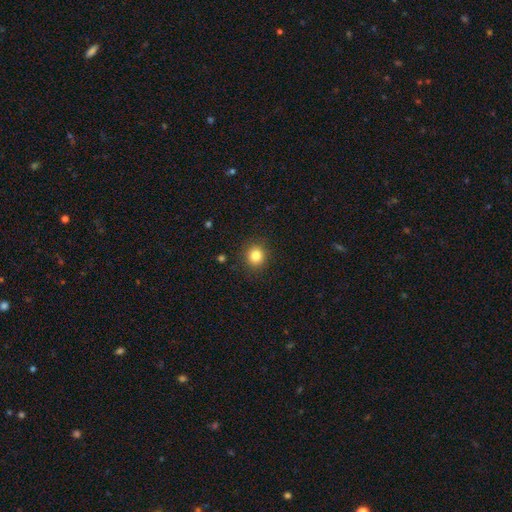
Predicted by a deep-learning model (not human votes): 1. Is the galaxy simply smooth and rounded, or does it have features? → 83% smooth, 11% star or artifact, 6% featured or disk.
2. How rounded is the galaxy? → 88% round, 11% in between, 1% cigar-shaped.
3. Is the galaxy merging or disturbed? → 90% none, 7% minor disturbance, 2% major disturbance, 1% merger.